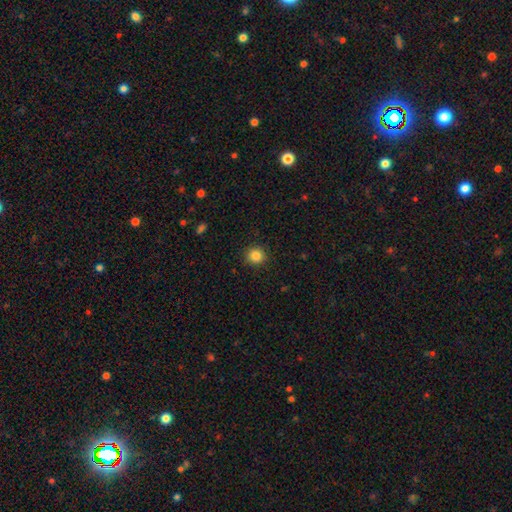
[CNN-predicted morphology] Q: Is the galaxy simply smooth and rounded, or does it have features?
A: smooth — 85%.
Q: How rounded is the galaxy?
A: round — 93%.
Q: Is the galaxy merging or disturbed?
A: none — 90%.